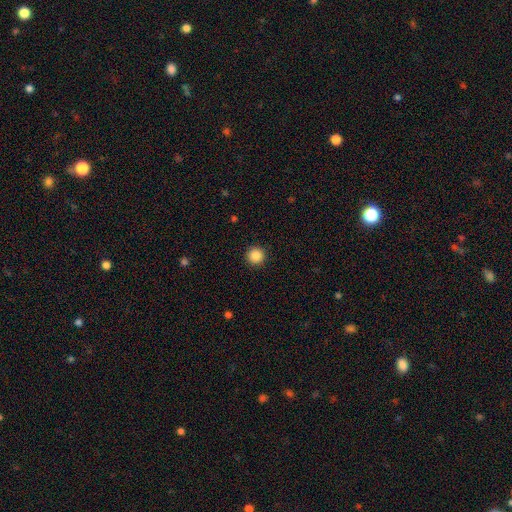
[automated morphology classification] This is clearly a smooth galaxy (88%). How rounded: clearly round (96%). Merging: clearly none (93%).